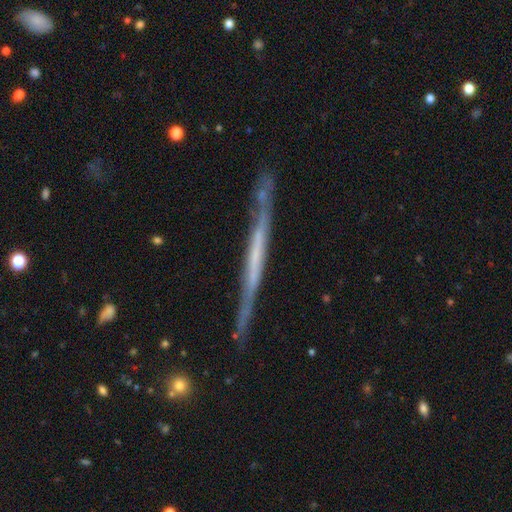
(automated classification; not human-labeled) featured or disk 68%, smooth 26%, star or artifact 6%. Down the decision tree: edge-on disk — yes (96%); edge-on bulge — none (84%); merging — none (83%).